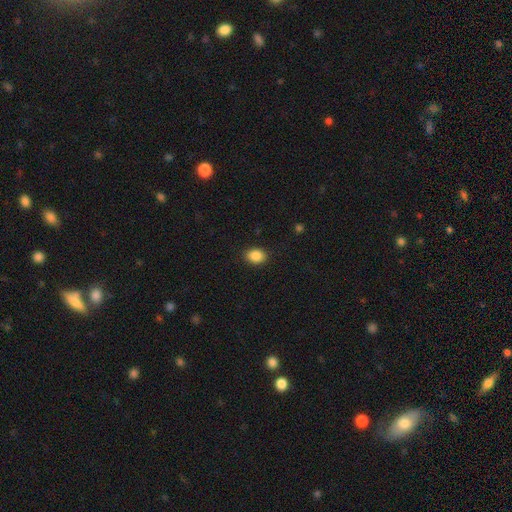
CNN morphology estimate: type=smooth (88%); roundness=in between (61%); merging=none (88%).